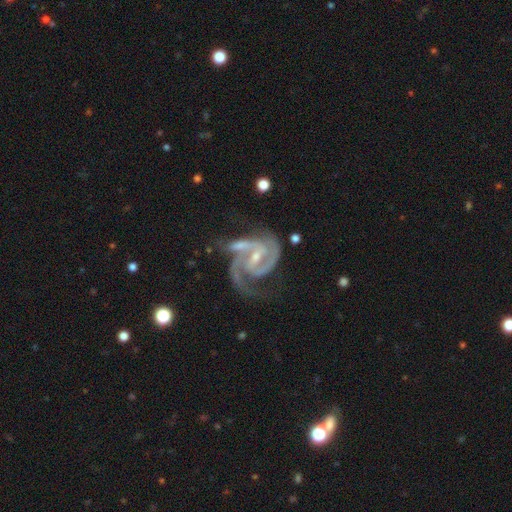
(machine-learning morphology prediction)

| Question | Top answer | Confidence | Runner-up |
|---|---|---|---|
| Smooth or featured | featured or disk | 93% | star or artifact (4%) |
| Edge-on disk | no | 98% | yes (2%) |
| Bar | weak | 43% | strong (40%) |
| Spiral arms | yes | 98% | no (2%) |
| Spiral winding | medium | 51% | tight (40%) |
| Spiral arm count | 2 | 71% | 3 (17%) |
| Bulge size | small | 63% | moderate (32%) |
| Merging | none | 46% | minor disturbance (20%) |